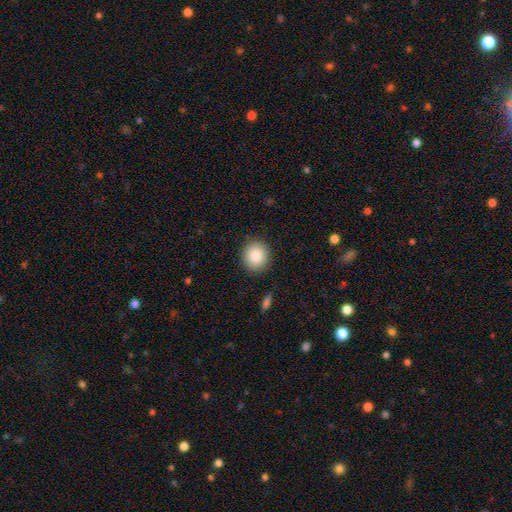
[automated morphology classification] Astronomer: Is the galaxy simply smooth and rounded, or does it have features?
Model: smooth — 87%.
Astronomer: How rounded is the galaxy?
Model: round — 83%.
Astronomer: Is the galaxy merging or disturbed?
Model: none — 90%.